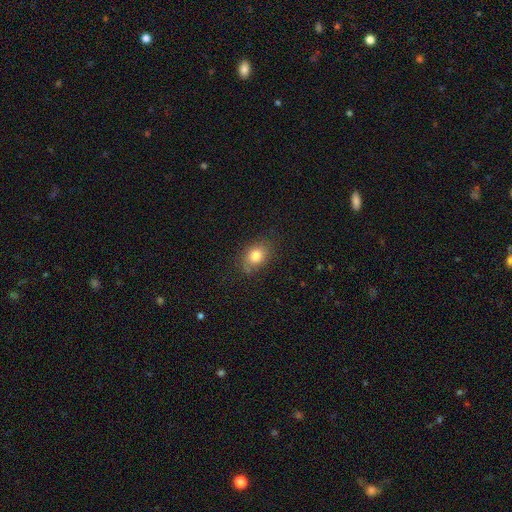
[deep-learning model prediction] A smooth galaxy with no disk features (80%) that is in between round and cigar-shaped (60%).

Vote fractions:
- Smooth or featured? smooth: 80% / star or artifact: 11% / featured or disk: 9%
- How rounded? in between: 60% / round: 39% / cigar-shaped: 1%
- Merging? none: 77% / minor disturbance: 17% / major disturbance: 4% / merger: 2%